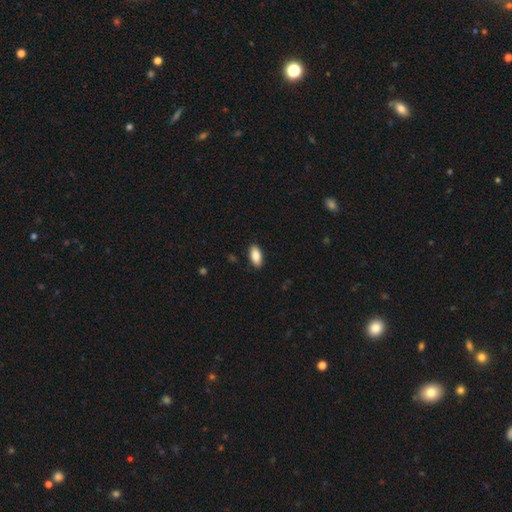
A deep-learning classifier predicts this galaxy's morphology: Smooth or featured? Predicted: smooth (p=0.87). How rounded? Predicted: in between (p=0.90). Merging? Predicted: none (p=0.89).